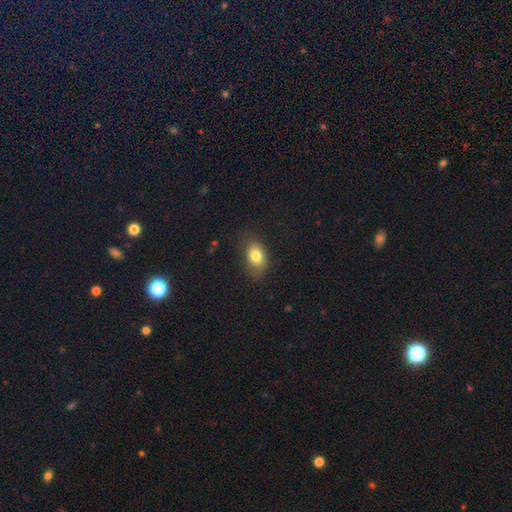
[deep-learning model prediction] This is likely a smooth galaxy (80%). How rounded: clearly in between (84%). Merging: likely none (72%).